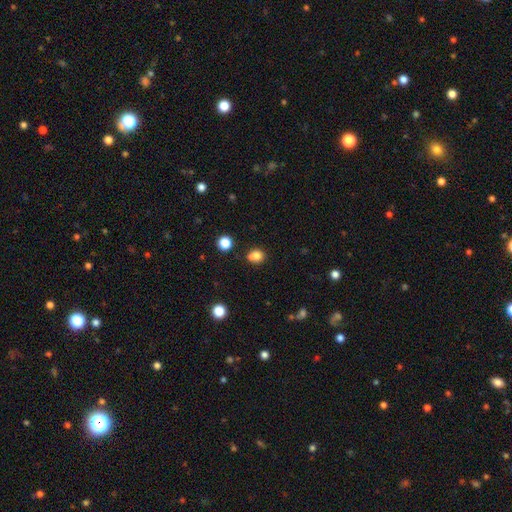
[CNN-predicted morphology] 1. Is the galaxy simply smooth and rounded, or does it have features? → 79% smooth, 13% star or artifact, 8% featured or disk.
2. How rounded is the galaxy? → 67% round, 32% in between, 1% cigar-shaped.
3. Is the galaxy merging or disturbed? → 54% none, 26% merger, 15% minor disturbance, 5% major disturbance.